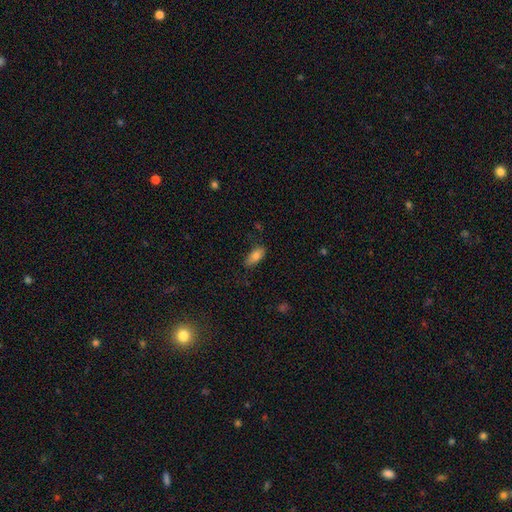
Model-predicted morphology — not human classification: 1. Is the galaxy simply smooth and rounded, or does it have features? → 82% smooth, 10% featured or disk, 8% star or artifact.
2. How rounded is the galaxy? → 87% in between, 10% cigar-shaped, 3% round.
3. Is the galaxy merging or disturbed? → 75% none, 19% minor disturbance, 4% major disturbance, 1% merger.